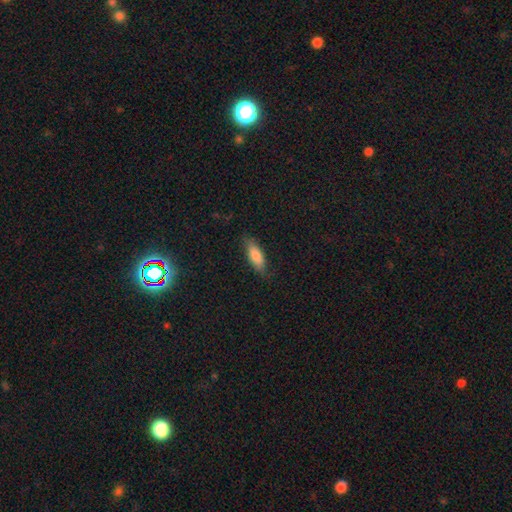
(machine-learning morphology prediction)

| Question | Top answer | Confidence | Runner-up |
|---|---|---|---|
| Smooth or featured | smooth | 81% | featured or disk (13%) |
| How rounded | in between | 64% | cigar-shaped (34%) |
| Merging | none | 79% | minor disturbance (17%) |